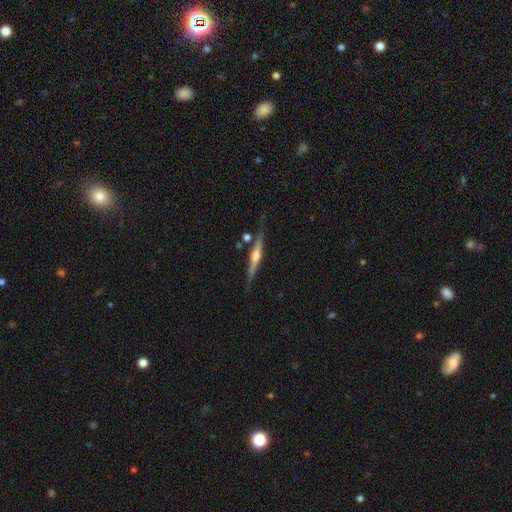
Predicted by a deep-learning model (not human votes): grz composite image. It shows a featured or disk galaxy (75%) viewed edge-on (97%) with a rounded central bulge (89%). Merging: none (78%).